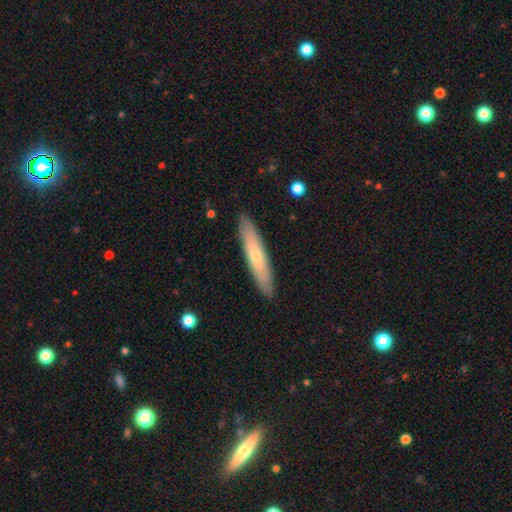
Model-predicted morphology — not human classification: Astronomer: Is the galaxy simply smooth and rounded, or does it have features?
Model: smooth — 56% (runner-up: featured or disk, 38%).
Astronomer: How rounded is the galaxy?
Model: cigar-shaped — 88%.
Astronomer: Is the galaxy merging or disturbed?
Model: none — 89%.